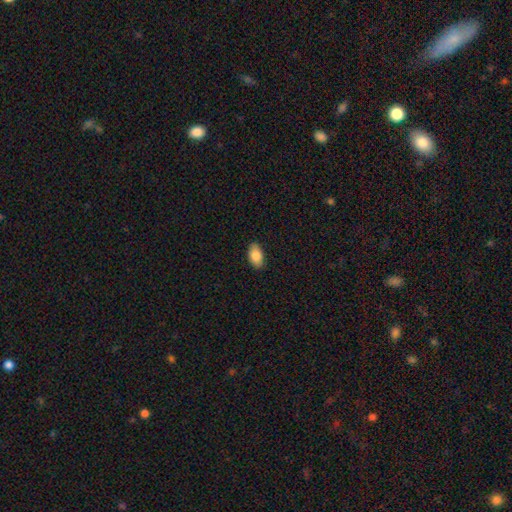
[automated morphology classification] Q: Smooth or featured?
A: smooth (85%); runner-up: featured or disk (9%)
Q: How rounded?
A: in between (92%); runner-up: round (5%)
Q: Merging?
A: none (86%); runner-up: minor disturbance (11%)